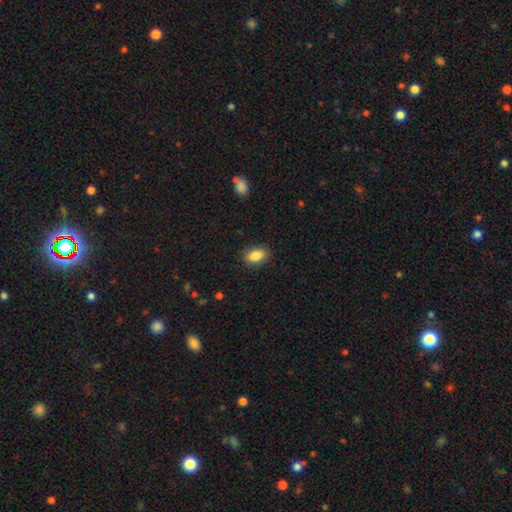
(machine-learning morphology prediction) Overall: smooth (85%). How rounded: in between (85%). Merging: none (88%).